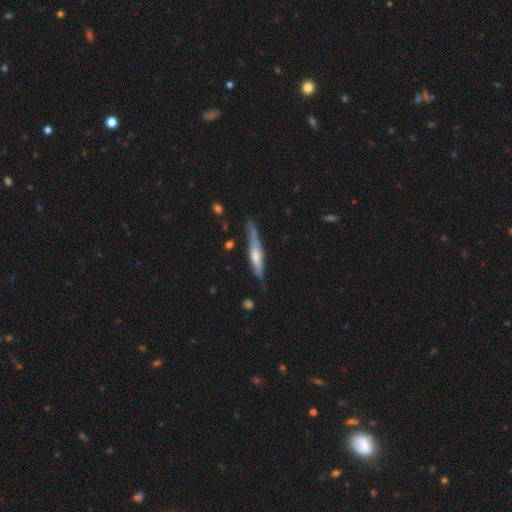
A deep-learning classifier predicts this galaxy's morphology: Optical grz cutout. It shows a featured or disk galaxy (63%) viewed edge-on (91%) with a rounded central bulge (56%). Merging: none (70%).